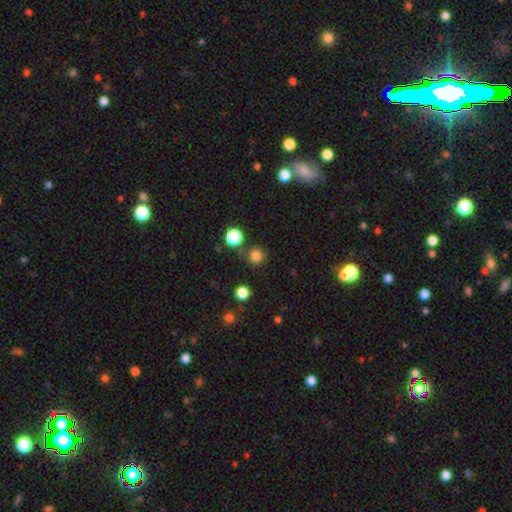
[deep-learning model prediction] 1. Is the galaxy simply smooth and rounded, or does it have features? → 80% smooth, 15% star or artifact, 5% featured or disk.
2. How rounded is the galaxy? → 93% round, 6% in between, 1% cigar-shaped.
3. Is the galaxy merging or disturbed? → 77% none, 11% minor disturbance, 9% merger, 4% major disturbance.